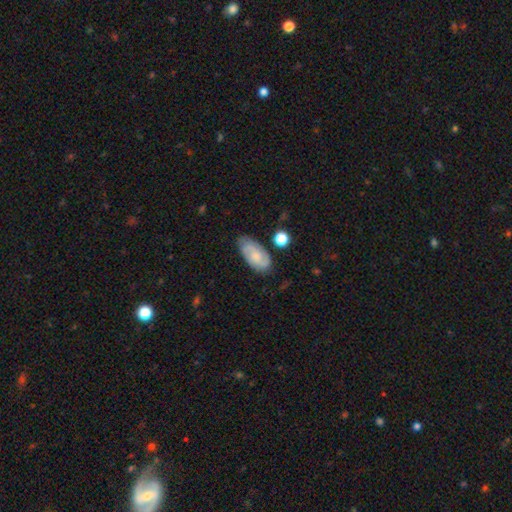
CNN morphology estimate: Smooth or featured: featured or disk — 60% (smooth — 32%)
Edge-on disk: no — 95% (yes — 5%)
Bar: no — 62% (weak — 33%)
Spiral arms: yes — 92% (no — 8%)
Spiral winding: tight — 50% (medium — 39%)
Spiral arm count: 2 — 68% (can't tell — 17%)
Bulge size: small — 36% (none — 31%)
Merging: none — 74% (minor disturbance — 18%)